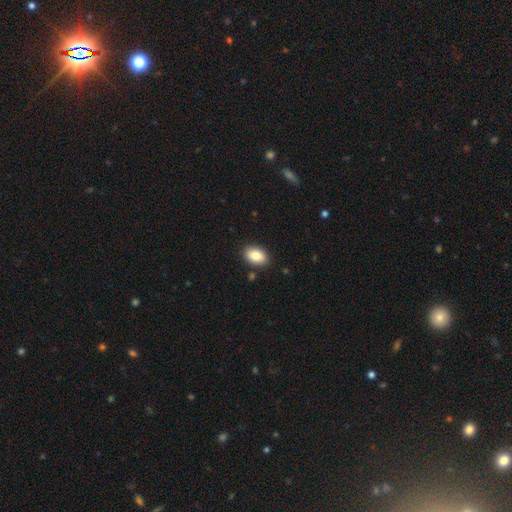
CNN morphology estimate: smooth-or-featured: smooth: 86% | star or artifact: 7% | featured or disk: 7%
  how-rounded: in between: 85% | round: 13% | cigar-shaped: 1%
  merging: none: 87% | minor disturbance: 9% | major disturbance: 2% | merger: 2%